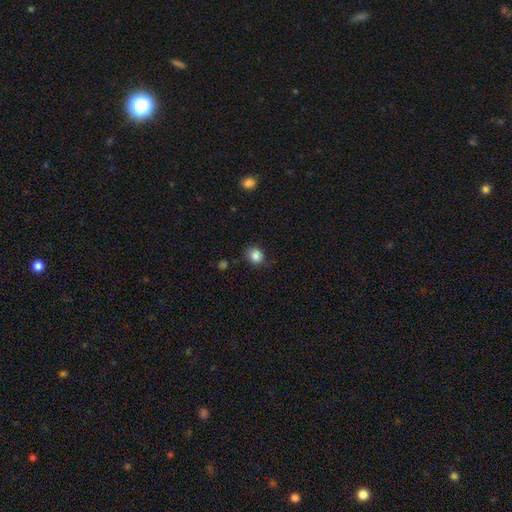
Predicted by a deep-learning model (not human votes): Q: Smooth or featured?
A: smooth (85%); runner-up: star or artifact (10%)
Q: How rounded?
A: round (79%); runner-up: in between (20%)
Q: Merging?
A: none (76%); runner-up: minor disturbance (18%)